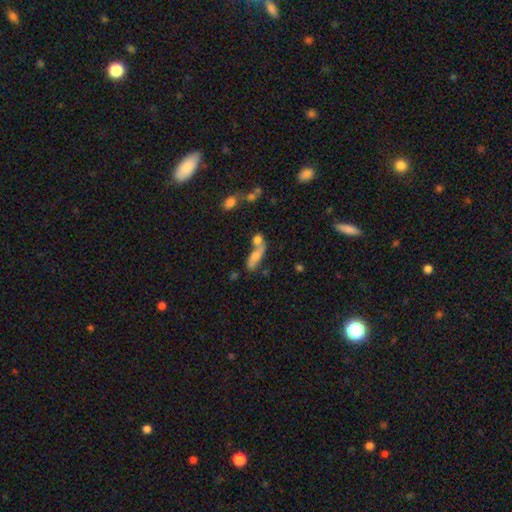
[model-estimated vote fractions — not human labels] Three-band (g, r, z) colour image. It shows a smooth galaxy with no disk features (63%) that is in between round and cigar-shaped (56%). Merging: merger (44%).